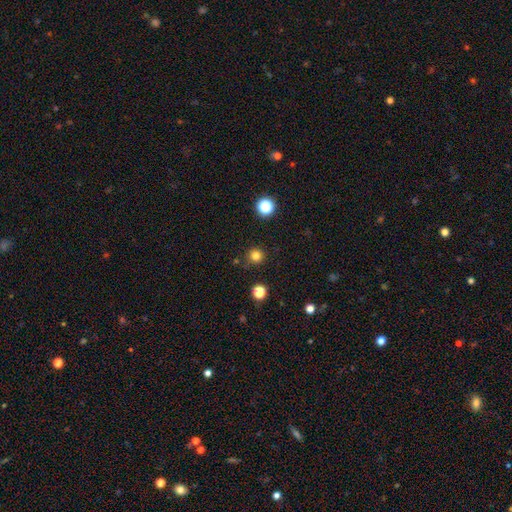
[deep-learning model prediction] Overall: smooth (80%). How rounded: round (95%). Merging: none (87%).